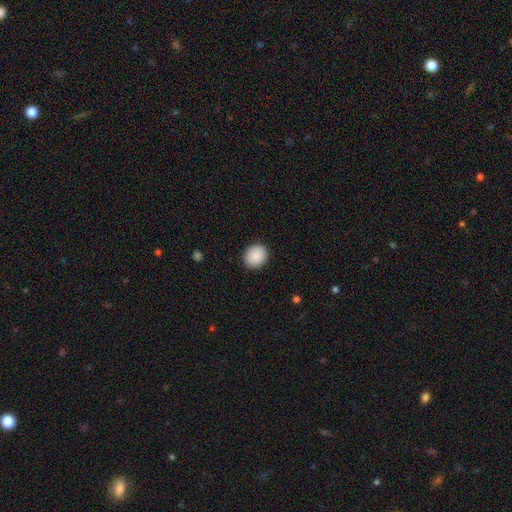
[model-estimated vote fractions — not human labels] Q: Smooth or featured?
A: smooth (90%); runner-up: star or artifact (7%)
Q: How rounded?
A: round (76%); runner-up: in between (24%)
Q: Merging?
A: none (91%); runner-up: minor disturbance (7%)